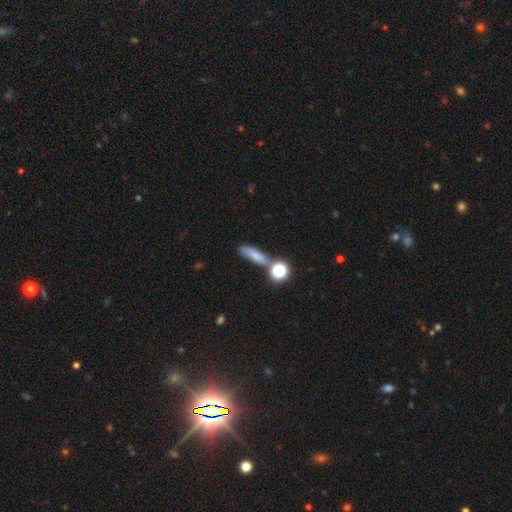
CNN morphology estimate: This is likely a smooth galaxy (66%). How rounded: marginally cigar-shaped (44%). Merging: likely none (61%).